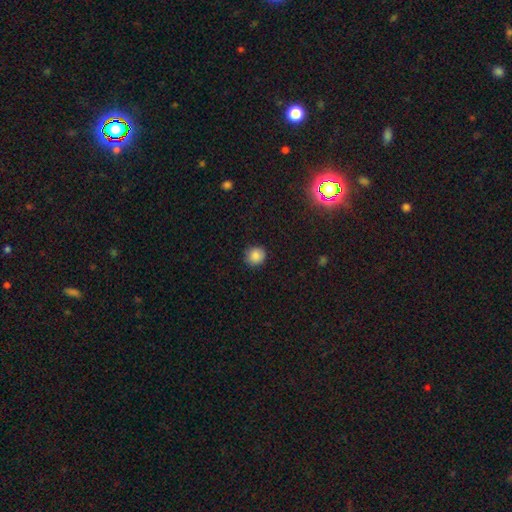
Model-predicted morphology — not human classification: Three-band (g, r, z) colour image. It shows a smooth galaxy with no disk features (85%) that is round (88%). Merging: none (88%).